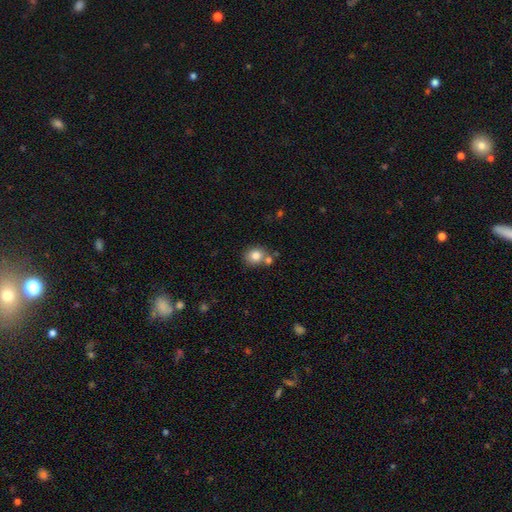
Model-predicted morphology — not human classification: Smooth or featured? smooth (81%)
How rounded? round (70%)
Merging? none (64%)